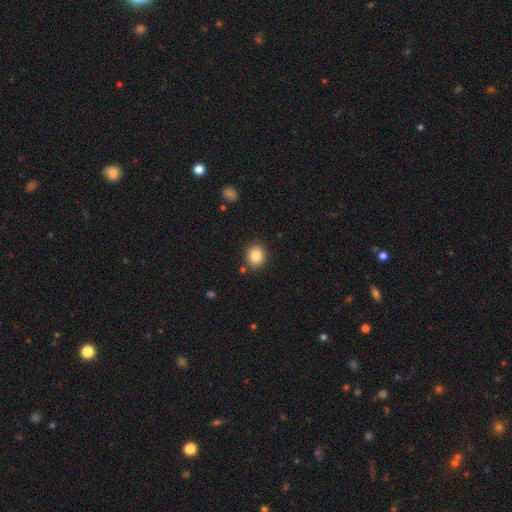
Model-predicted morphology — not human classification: This appears to be a smooth galaxy with no disk features (83%) that is round (77%). Merging: none (88%).